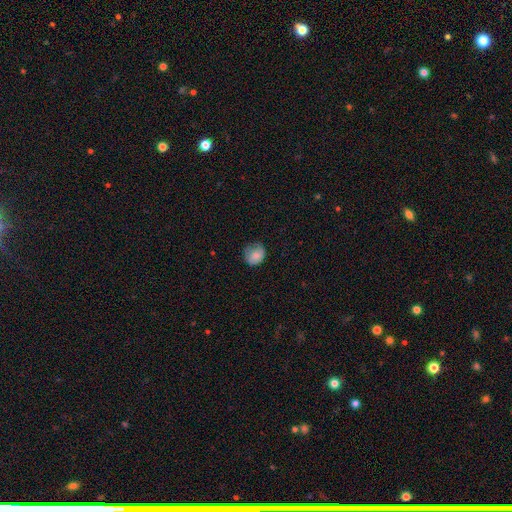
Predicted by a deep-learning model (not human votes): smooth-or-featured: smooth: 79% | featured or disk: 13% | star or artifact: 8%
  how-rounded: round: 74% | in between: 26% | cigar-shaped: 1%
  merging: none: 60% | minor disturbance: 29% | major disturbance: 10% | merger: 1%